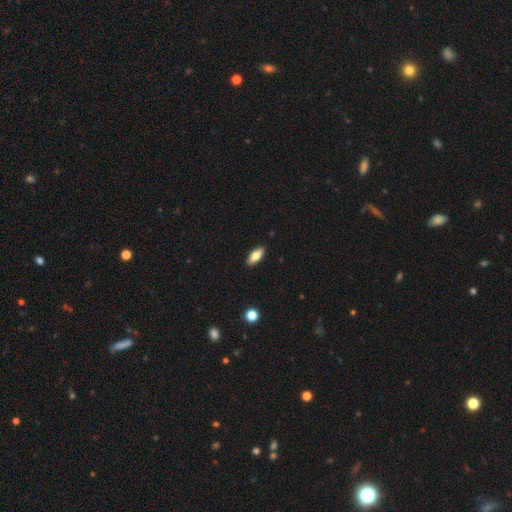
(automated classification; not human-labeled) smooth-or-featured: smooth: 75% | featured or disk: 18% | star or artifact: 7%
  how-rounded: in between: 80% | cigar-shaped: 17% | round: 3%
  merging: none: 90% | minor disturbance: 7% | major disturbance: 2% | merger: 1%